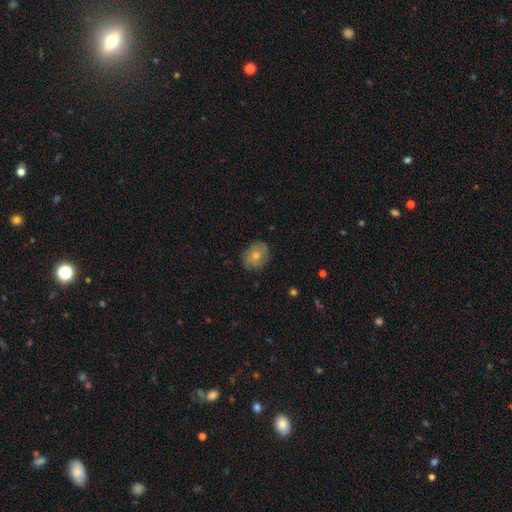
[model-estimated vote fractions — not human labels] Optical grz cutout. It shows a smooth galaxy with no disk features (73%) that is round (50%). Merging: none (82%).